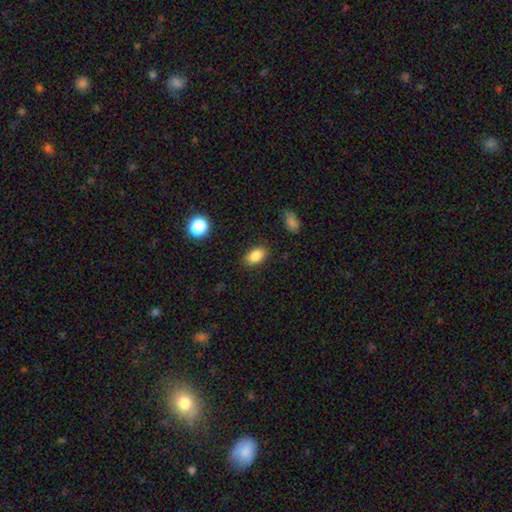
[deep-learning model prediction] Overall: smooth (85%). How rounded: in between (85%). Merging: none (85%).